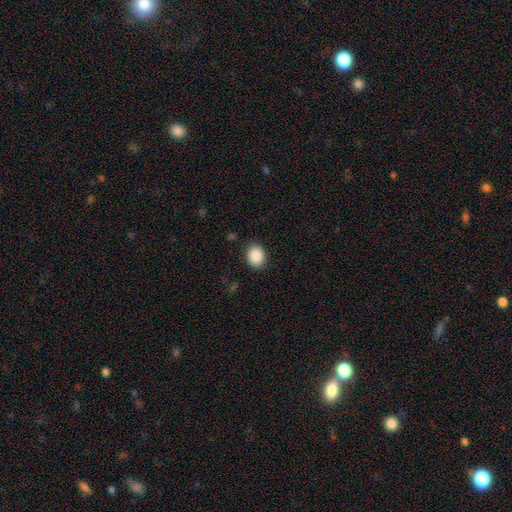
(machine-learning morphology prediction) The model was most divided on "how rounded": round: 52%, in between: 47%, cigar-shaped: 1%. More confident: smooth or featured — smooth (89%); merging — none (88%).